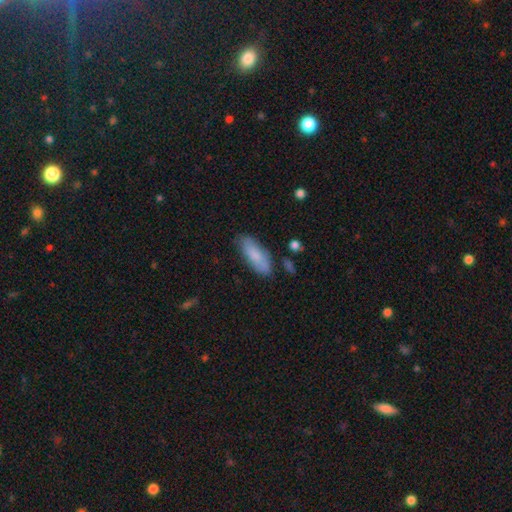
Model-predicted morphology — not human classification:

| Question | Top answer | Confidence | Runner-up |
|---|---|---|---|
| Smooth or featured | smooth | 80% | featured or disk (14%) |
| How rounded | in between | 69% | cigar-shaped (29%) |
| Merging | none | 76% | minor disturbance (18%) |